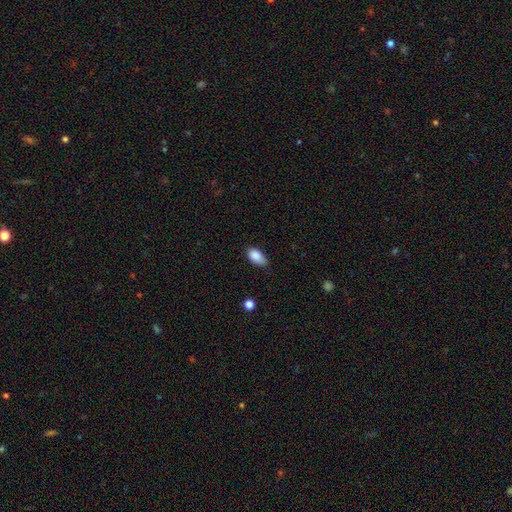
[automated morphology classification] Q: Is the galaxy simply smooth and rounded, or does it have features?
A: smooth — 88%.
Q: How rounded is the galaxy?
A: in between — 92%.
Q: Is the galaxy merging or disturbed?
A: none — 61%.